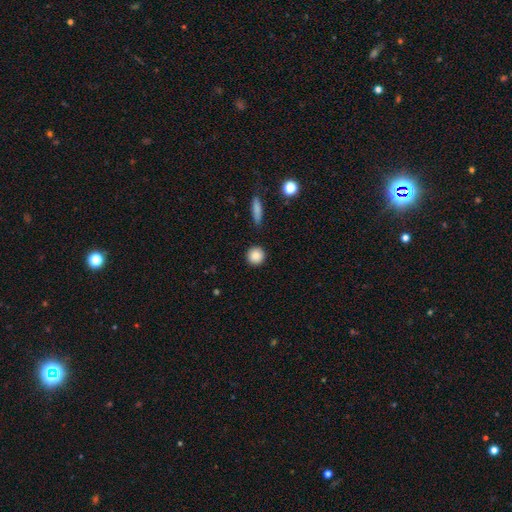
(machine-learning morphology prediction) Overall: smooth (88%). How rounded: round (93%). Merging: none (89%).